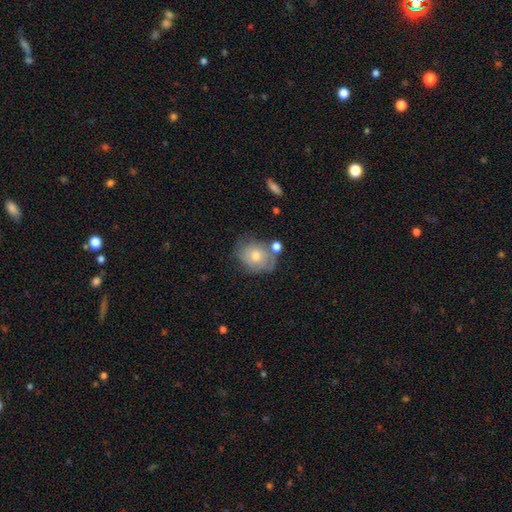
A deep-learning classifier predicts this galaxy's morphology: A smooth galaxy with no disk features (62%) that is round (56%). Merging: none (49%).